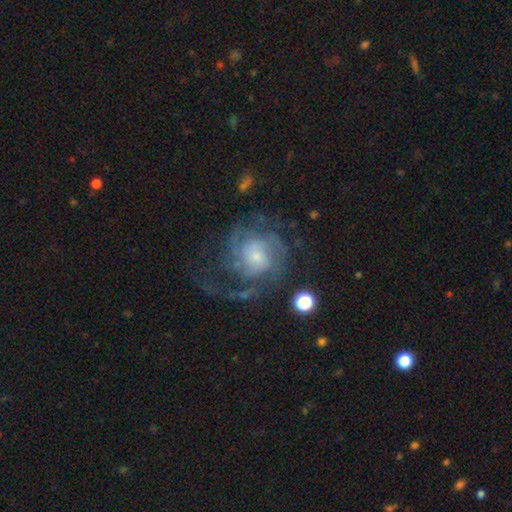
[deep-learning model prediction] Smooth or featured? featured or disk (83%)
Edge-on disk? no (98%)
Bar? no (68%)
Spiral arms? yes (93%)
Spiral winding? medium (41%)
Spiral arm count? can't tell (28%)
Bulge size? small (53%)
Merging? none (53%)